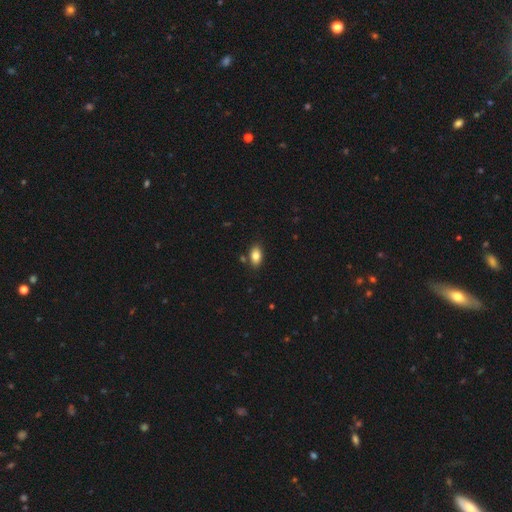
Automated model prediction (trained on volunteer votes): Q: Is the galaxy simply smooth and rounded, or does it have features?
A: smooth — 82%.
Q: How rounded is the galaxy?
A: in between — 90%.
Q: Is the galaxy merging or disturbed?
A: none — 82%.